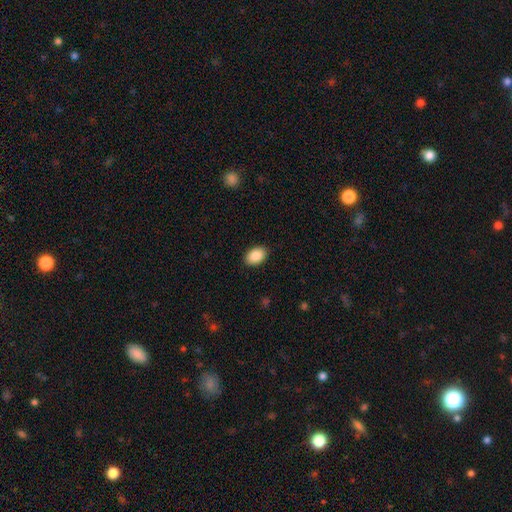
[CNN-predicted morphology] Overall: smooth (90%). How rounded: in between (86%). Merging: none (90%).